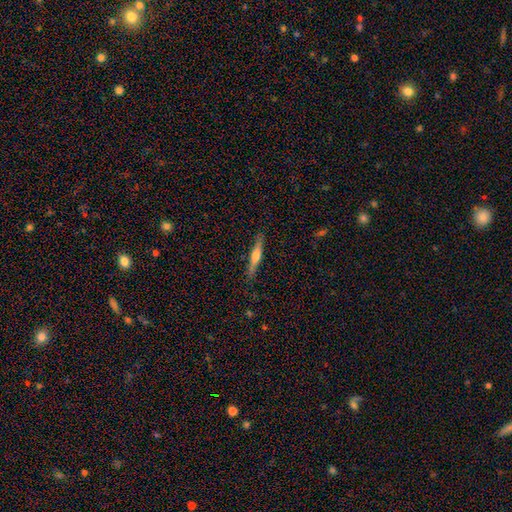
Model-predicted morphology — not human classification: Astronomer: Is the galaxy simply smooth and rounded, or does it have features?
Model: smooth — 48% (runner-up: featured or disk, 46%).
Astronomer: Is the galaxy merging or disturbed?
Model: none — 87%.